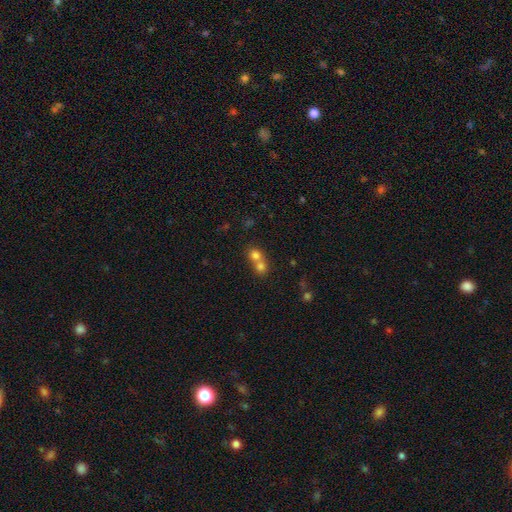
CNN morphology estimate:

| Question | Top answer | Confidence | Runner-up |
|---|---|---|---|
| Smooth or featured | smooth | 75% | star or artifact (13%) |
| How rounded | round | 79% | in between (20%) |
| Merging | merger | 65% | none (29%) |